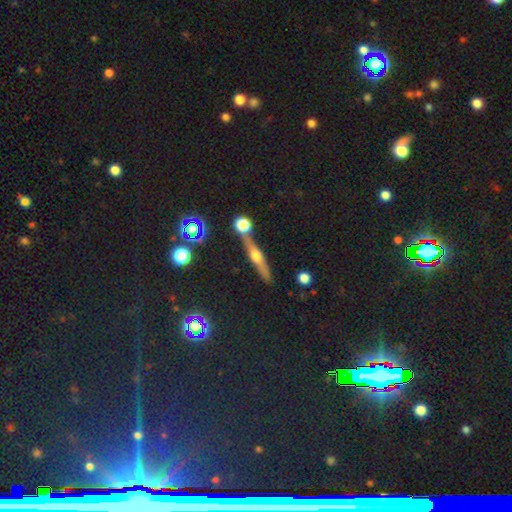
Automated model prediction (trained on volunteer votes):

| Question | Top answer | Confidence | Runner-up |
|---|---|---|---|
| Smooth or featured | featured or disk | 61% | smooth (25%) |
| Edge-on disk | yes | 93% | no (7%) |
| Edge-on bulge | rounded | 90% | boxy (5%) |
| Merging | none | 75% | merger (11%) |